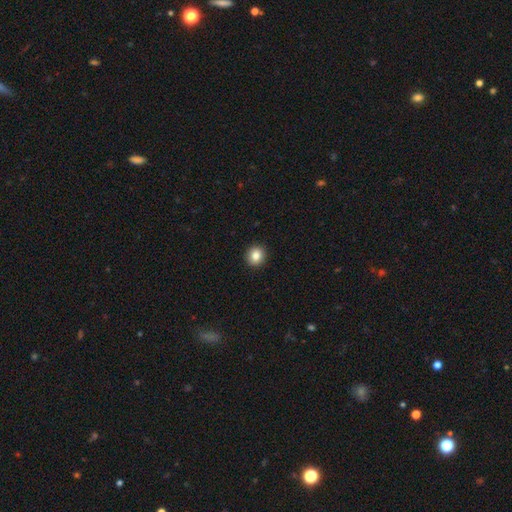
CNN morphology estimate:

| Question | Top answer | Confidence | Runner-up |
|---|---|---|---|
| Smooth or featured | smooth | 84% | star or artifact (10%) |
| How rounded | round | 87% | in between (12%) |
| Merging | none | 93% | minor disturbance (5%) |